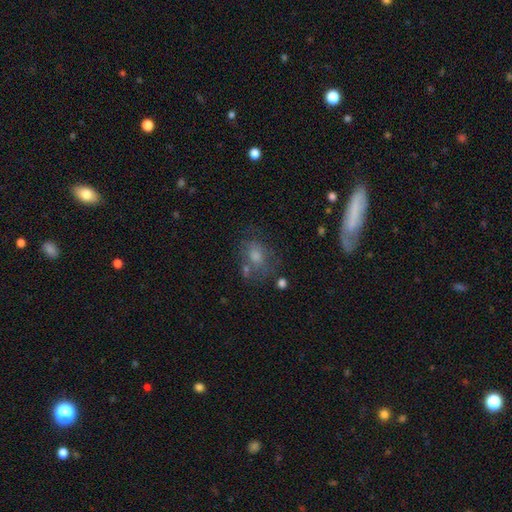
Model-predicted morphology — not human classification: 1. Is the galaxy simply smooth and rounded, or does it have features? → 46% smooth, 36% featured or disk, 19% star or artifact.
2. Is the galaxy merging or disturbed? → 58% none, 19% minor disturbance, 13% major disturbance, 10% merger.